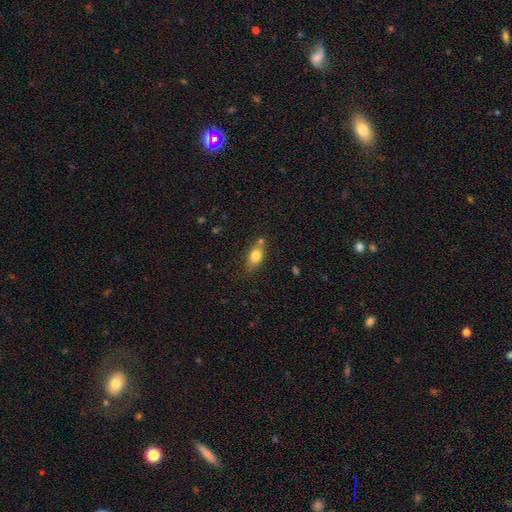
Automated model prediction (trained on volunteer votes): A smooth galaxy with no disk features (79%) that is in between round and cigar-shaped (80%).

Vote fractions:
- Smooth or featured? smooth: 79% / featured or disk: 12% / star or artifact: 9%
- How rounded? in between: 80% / round: 12% / cigar-shaped: 8%
- Merging? none: 65% / minor disturbance: 18% / merger: 12% / major disturbance: 5%